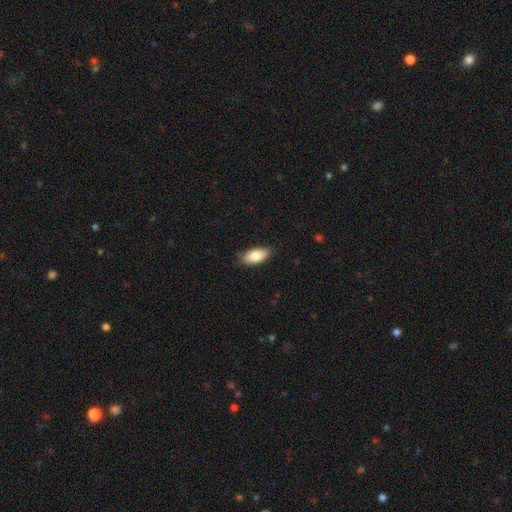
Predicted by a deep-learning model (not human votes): Overall: smooth (83%). How rounded: in between (89%). Merging: none (80%).